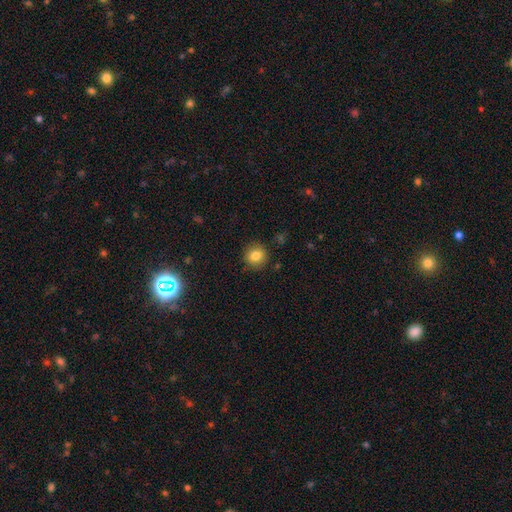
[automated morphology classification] type=smooth (82%); roundness=round (89%); merging=none (88%).